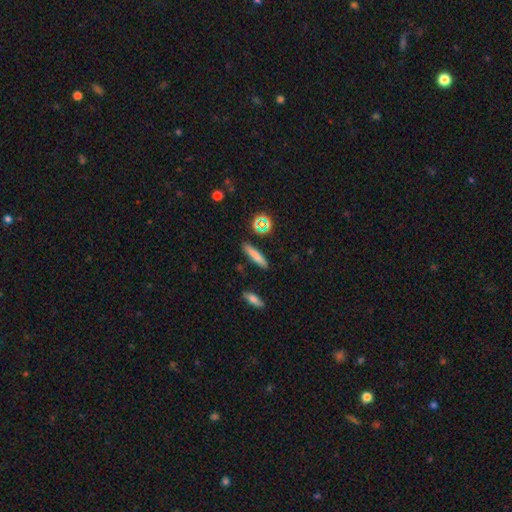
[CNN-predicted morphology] Smooth or featured: smooth — 77% (featured or disk — 12%)
How rounded: cigar-shaped — 84% (in between — 13%)
Merging: none — 88% (minor disturbance — 8%)